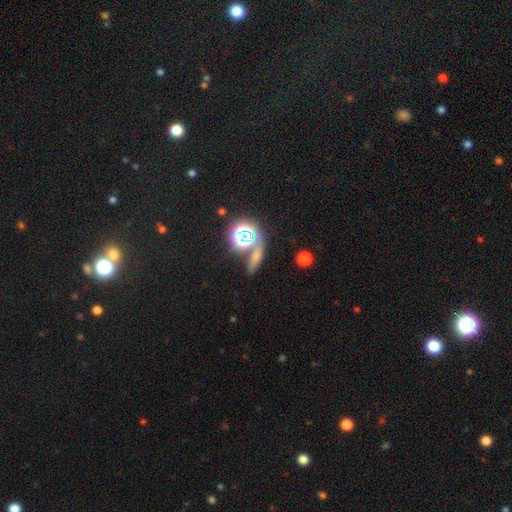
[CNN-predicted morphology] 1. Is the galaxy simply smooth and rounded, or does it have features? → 50% smooth, 34% star or artifact, 17% featured or disk.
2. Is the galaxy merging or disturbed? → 57% none, 20% merger, 13% minor disturbance, 10% major disturbance.